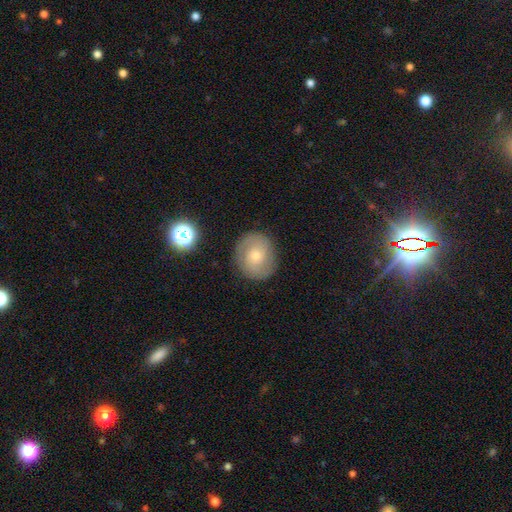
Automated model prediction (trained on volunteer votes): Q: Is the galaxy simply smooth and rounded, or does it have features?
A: featured or disk — 50%.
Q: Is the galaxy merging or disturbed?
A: none — 84%.